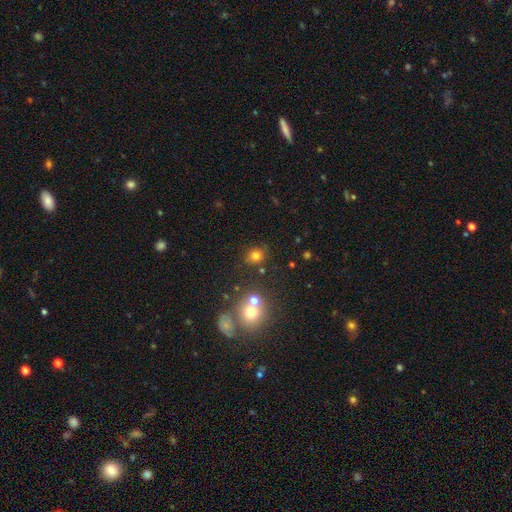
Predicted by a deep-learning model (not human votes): Q: Smooth or featured?
A: smooth (75%); runner-up: star or artifact (17%)
Q: How rounded?
A: round (76%); runner-up: in between (23%)
Q: Merging?
A: none (76%); runner-up: minor disturbance (12%)